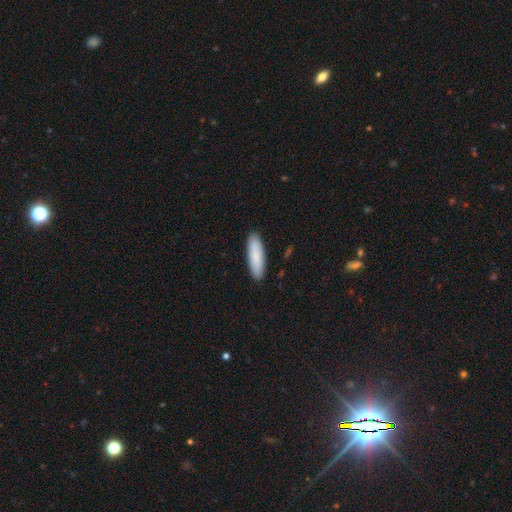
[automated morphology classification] Smooth or featured: smooth — 87% (featured or disk — 8%)
How rounded: cigar-shaped — 56% (in between — 43%)
Merging: none — 90% (minor disturbance — 7%)